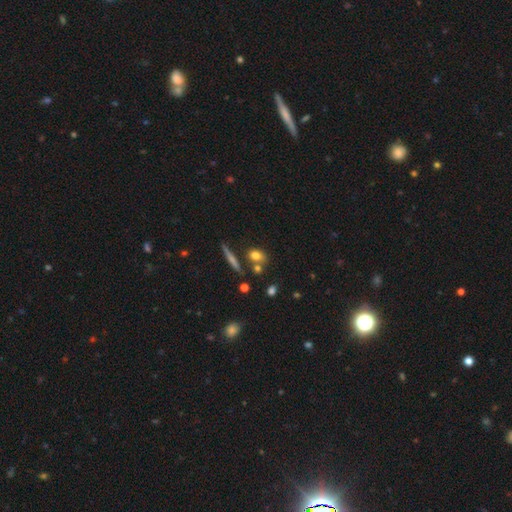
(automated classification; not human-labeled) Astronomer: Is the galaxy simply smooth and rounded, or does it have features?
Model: smooth — 73%.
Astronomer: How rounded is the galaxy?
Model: in between — 50% (runner-up: round, 39%).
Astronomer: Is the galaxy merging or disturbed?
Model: none — 62%.